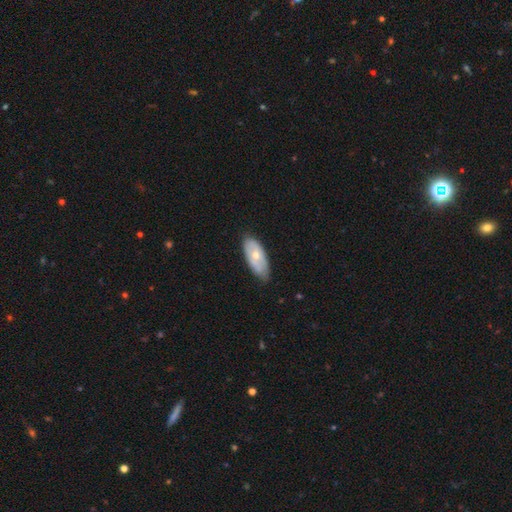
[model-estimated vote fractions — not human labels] Smooth or featured: smooth — 52% (featured or disk — 42%)
How rounded: in between — 87% (cigar-shaped — 10%)
Merging: none — 67% (minor disturbance — 27%)